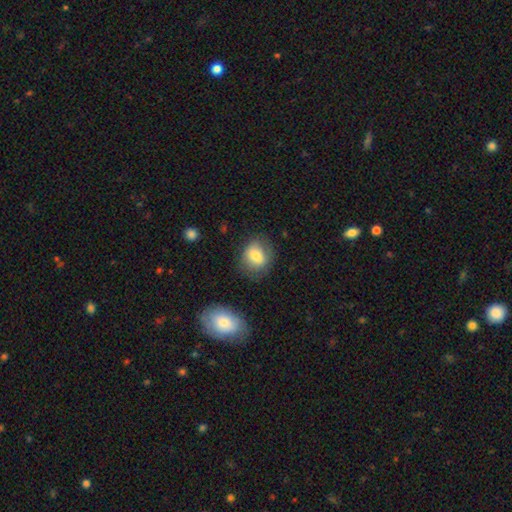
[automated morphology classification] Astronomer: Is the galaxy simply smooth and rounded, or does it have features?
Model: smooth — 76%.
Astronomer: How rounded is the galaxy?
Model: round — 57% (runner-up: in between, 41%).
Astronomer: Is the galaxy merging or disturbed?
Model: none — 74%.